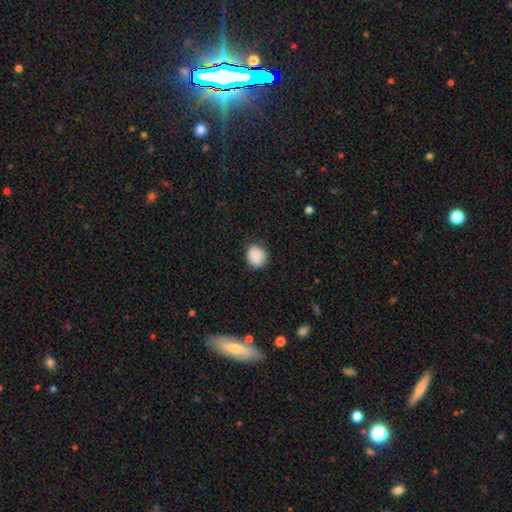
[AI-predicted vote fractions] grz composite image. It shows a smooth galaxy with no disk features (87%) that is round (79%). Merging: none (83%).